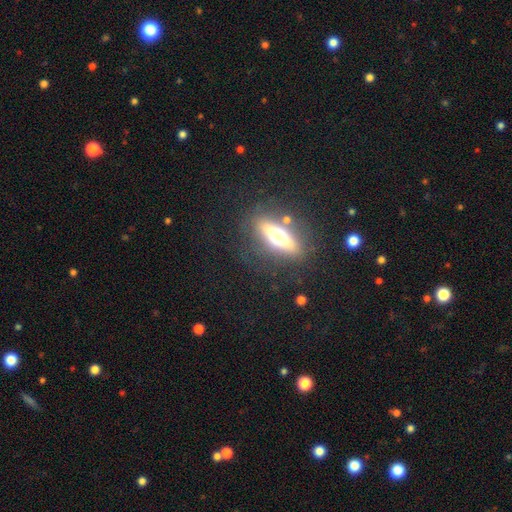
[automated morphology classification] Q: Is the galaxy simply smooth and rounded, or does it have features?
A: featured or disk — 52%.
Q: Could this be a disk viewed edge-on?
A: yes — 83%.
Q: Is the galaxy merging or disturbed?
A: none — 82%.